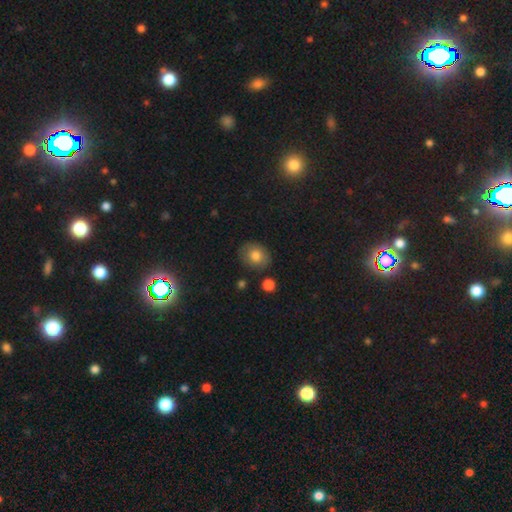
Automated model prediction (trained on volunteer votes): The model was most divided on "how rounded": round: 55%, in between: 44%, cigar-shaped: 1%. More confident: merging — none (82%); smooth or featured — smooth (79%).